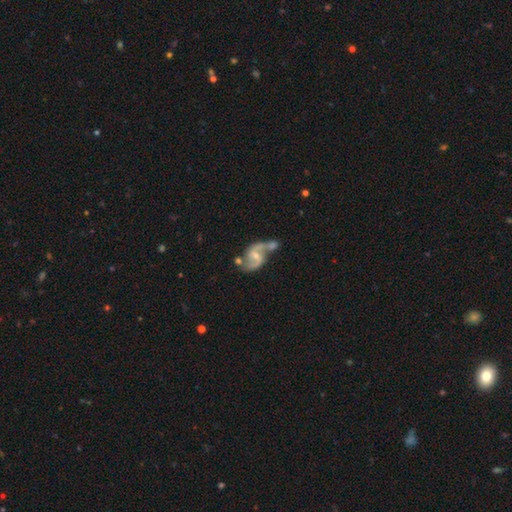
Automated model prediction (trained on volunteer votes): Smooth or featured: featured or disk — 85% (smooth — 10%)
Edge-on disk: no — 98% (yes — 2%)
Bar: weak — 49% (no — 38%)
Spiral arms: yes — 95% (no — 5%)
Spiral winding: loose — 51% (medium — 41%)
Spiral arm count: 2 — 91% (1 — 3%)
Bulge size: small — 56% (moderate — 37%)
Merging: none — 36% (tied with merger — 36%)